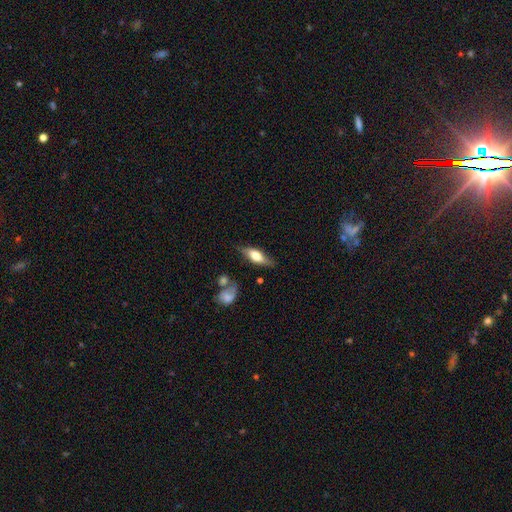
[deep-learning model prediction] Q: Smooth or featured?
A: smooth (52%); runner-up: featured or disk (42%)
Q: How rounded?
A: in between (60%); runner-up: cigar-shaped (37%)
Q: Merging?
A: none (71%); runner-up: minor disturbance (20%)